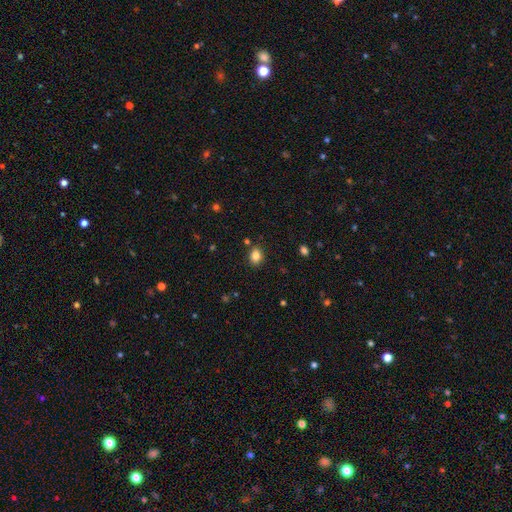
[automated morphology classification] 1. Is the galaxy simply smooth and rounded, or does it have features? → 83% smooth, 11% star or artifact, 6% featured or disk.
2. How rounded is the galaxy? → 51% in between, 48% round, 1% cigar-shaped.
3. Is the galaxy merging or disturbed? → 84% none, 10% minor disturbance, 3% merger, 2% major disturbance.